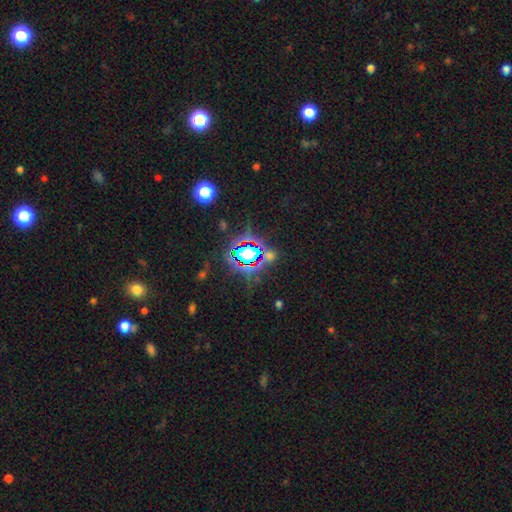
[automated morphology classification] smooth_or_featured: star or artifact (p=0.78) [alt: smooth p=0.13]